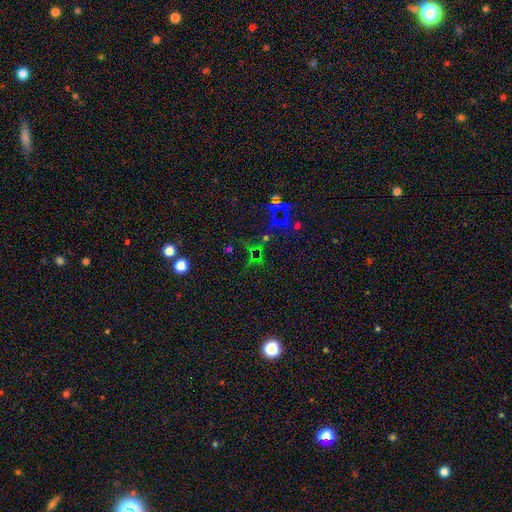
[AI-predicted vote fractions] Smooth or featured?
  - star or artifact: 69% *
  - smooth: 20%
  - featured or disk: 11%